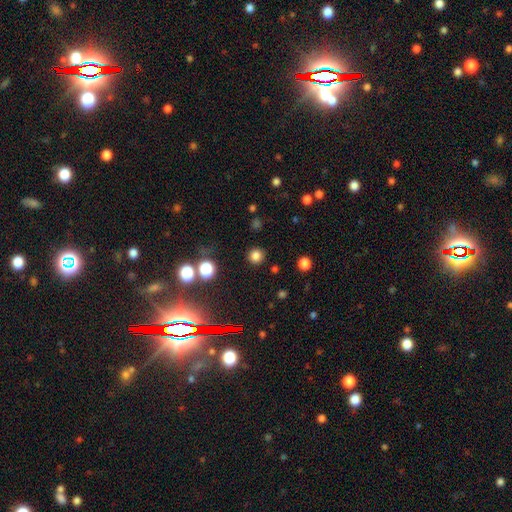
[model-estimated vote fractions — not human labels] Smooth or featured?
  - smooth: 80% *
  - star or artifact: 16%
  - featured or disk: 5%
How rounded?
  - round: 94% *
  - in between: 5%
  - cigar-shaped: 1%
Merging?
  - none: 90% *
  - minor disturbance: 6%
  - major disturbance: 3%
  - merger: 2%